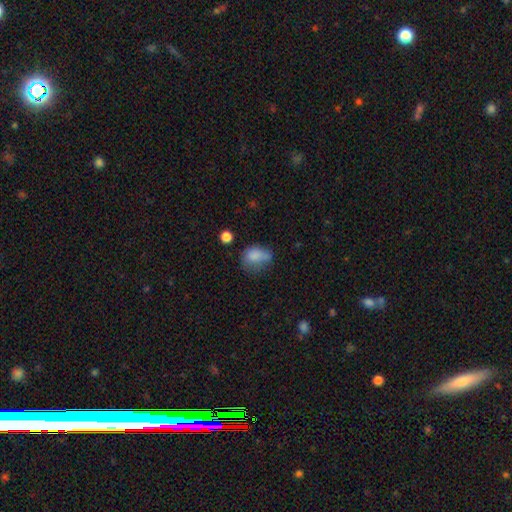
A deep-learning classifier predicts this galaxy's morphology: Smooth or featured?
  - smooth: 78% *
  - featured or disk: 11%
  - star or artifact: 11%
How rounded?
  - in between: 69% *
  - round: 30%
  - cigar-shaped: 2%
Merging?
  - none: 35% *
  - minor disturbance: 34%
  - major disturbance: 21%
  - merger: 10%